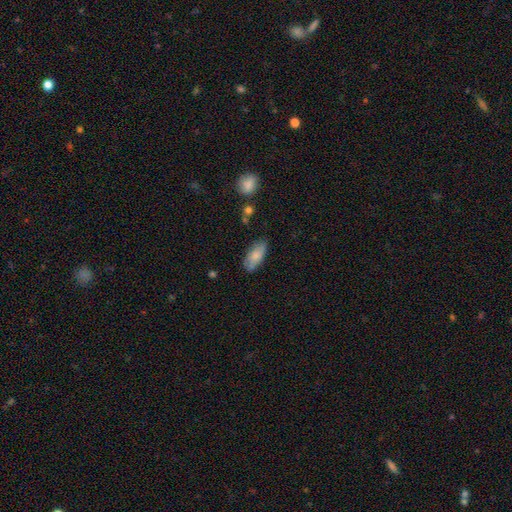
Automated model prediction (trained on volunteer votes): Morphology: type=smooth (77%); roundness=in between (85%); merging=none (69%).